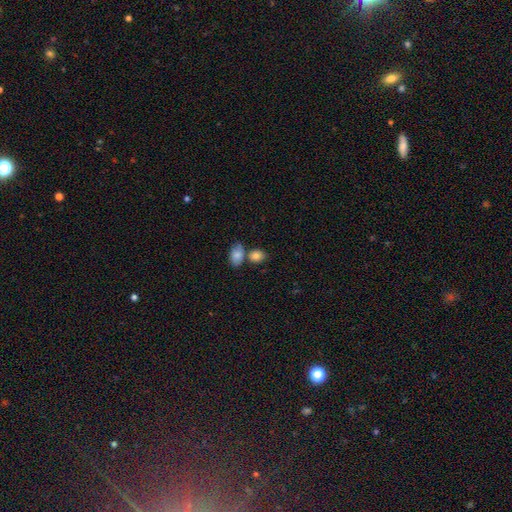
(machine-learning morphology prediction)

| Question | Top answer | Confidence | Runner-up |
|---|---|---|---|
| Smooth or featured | smooth | 84% | star or artifact (9%) |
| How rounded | in between | 56% | round (43%) |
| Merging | none | 53% | merger (31%) |